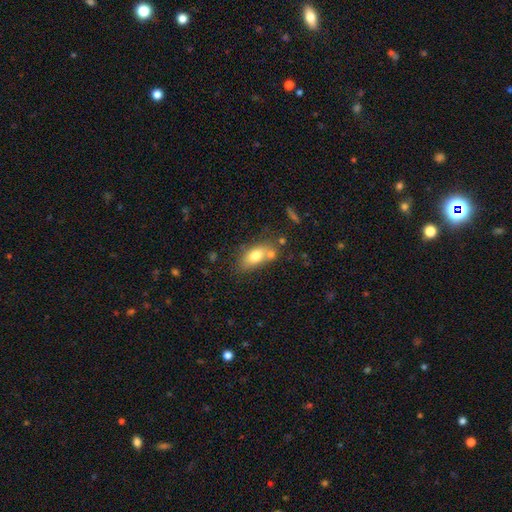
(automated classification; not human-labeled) Smooth or featured? smooth (73%)
How rounded? in between (83%)
Merging? none (54%)